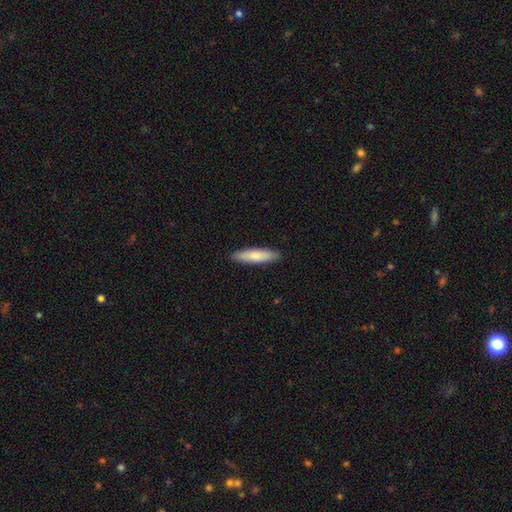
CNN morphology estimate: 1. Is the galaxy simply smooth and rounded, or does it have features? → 79% smooth, 16% featured or disk, 5% star or artifact.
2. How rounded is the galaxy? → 75% cigar-shaped, 24% in between, 1% round.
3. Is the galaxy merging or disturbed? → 90% none, 7% minor disturbance, 1% major disturbance, 1% merger.